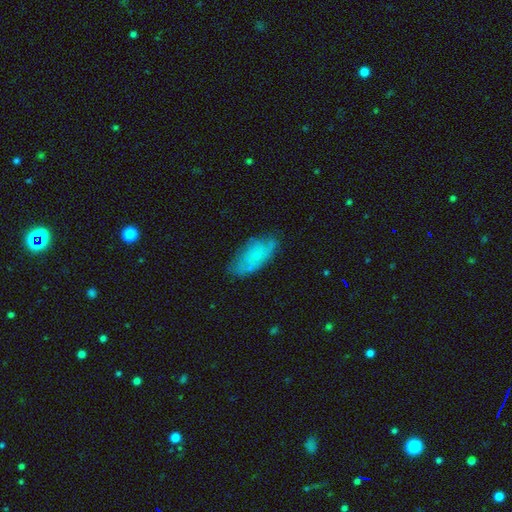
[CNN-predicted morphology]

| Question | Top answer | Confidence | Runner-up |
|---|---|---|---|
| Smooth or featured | smooth | 59% | featured or disk (34%) |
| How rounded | in between | 89% | cigar-shaped (8%) |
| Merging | none | 66% | minor disturbance (26%) |